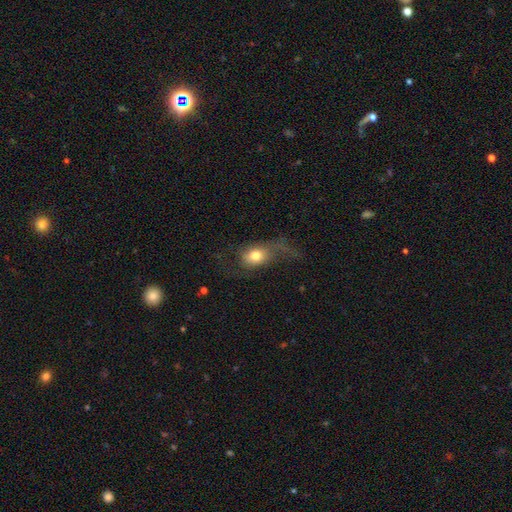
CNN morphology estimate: A smooth galaxy with no disk features (64%) that is in between round and cigar-shaped (68%).

Vote fractions:
- Smooth or featured? smooth: 64% / featured or disk: 27% / star or artifact: 9%
- How rounded? in between: 68% / round: 28% / cigar-shaped: 4%
- Merging? major disturbance: 45% / none: 30% / minor disturbance: 22% / merger: 3%